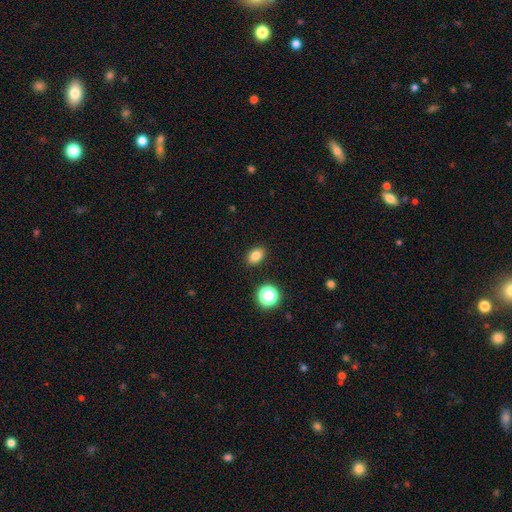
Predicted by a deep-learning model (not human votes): Smooth or featured?
  - smooth: 81% *
  - star or artifact: 12%
  - featured or disk: 7%
How rounded?
  - in between: 76% *
  - round: 22%
  - cigar-shaped: 1%
Merging?
  - none: 89% *
  - minor disturbance: 7%
  - major disturbance: 2%
  - merger: 2%